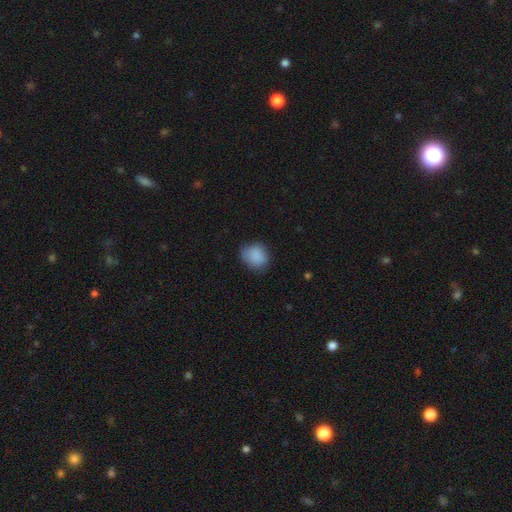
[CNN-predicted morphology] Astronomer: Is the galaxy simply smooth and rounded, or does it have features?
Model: smooth — 87%.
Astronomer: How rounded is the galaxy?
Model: round — 58% (runner-up: in between, 41%).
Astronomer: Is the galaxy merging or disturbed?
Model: none — 73%.